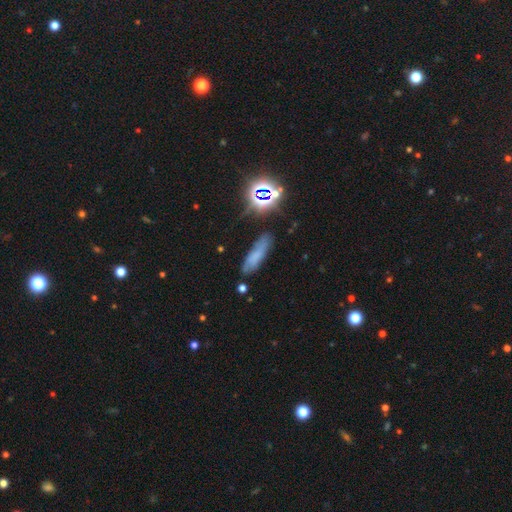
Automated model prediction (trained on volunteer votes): Smooth or featured? smooth (55%)
How rounded? cigar-shaped (60%)
Merging? none (70%)